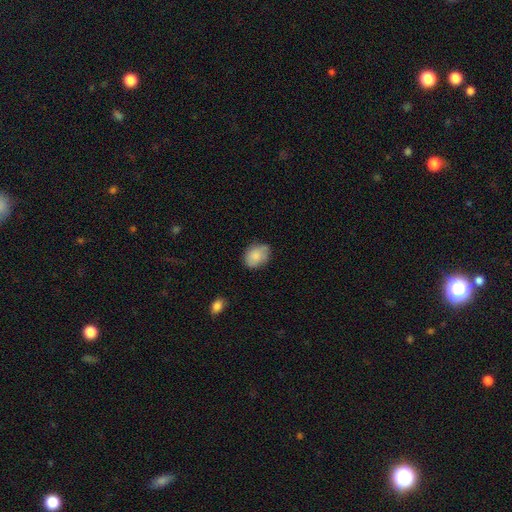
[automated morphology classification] Smooth or featured?
  - smooth: 84% *
  - featured or disk: 9%
  - star or artifact: 7%
How rounded?
  - in between: 62% *
  - round: 37%
  - cigar-shaped: 1%
Merging?
  - none: 68% *
  - minor disturbance: 25%
  - major disturbance: 5%
  - merger: 2%